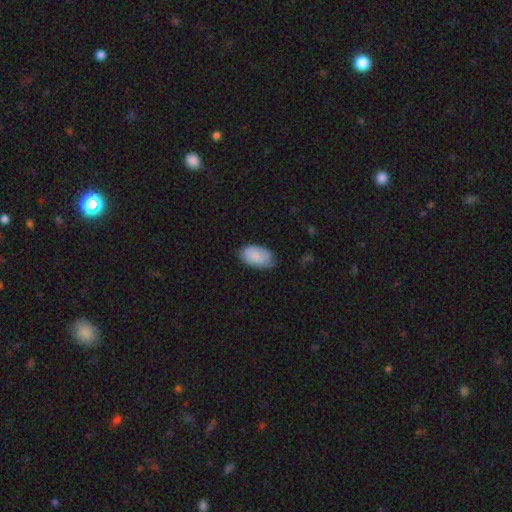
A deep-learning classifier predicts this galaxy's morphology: Smooth or featured? smooth (83%)
How rounded? in between (94%)
Merging? none (69%)